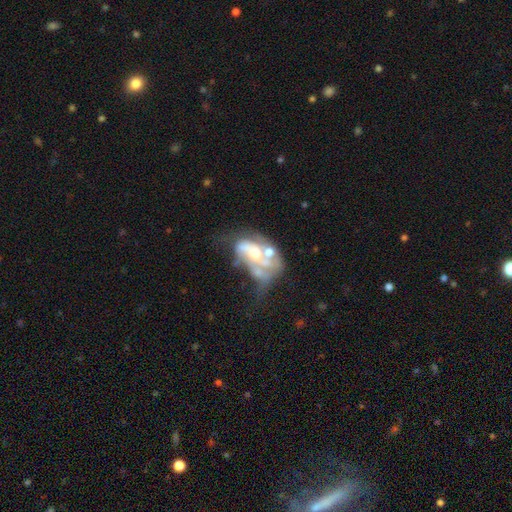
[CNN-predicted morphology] Q: Smooth or featured?
A: featured or disk (68%); runner-up: smooth (20%)
Q: Edge-on disk?
A: no (97%); runner-up: yes (3%)
Q: Bar?
A: no (76%); runner-up: weak (18%)
Q: Spiral arms?
A: no (58%); runner-up: yes (42%)
Q: Bulge size?
A: moderate (47%); runner-up: small (31%)
Q: Merging?
A: merger (44%); runner-up: major disturbance (27%)